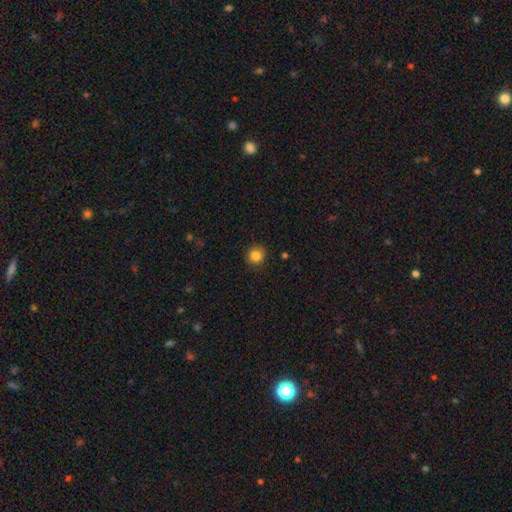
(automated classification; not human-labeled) smooth-or-featured: smooth: 84% | star or artifact: 11% | featured or disk: 5%
  how-rounded: round: 92% | in between: 7% | cigar-shaped: 1%
  merging: none: 88% | minor disturbance: 8% | major disturbance: 2% | merger: 1%